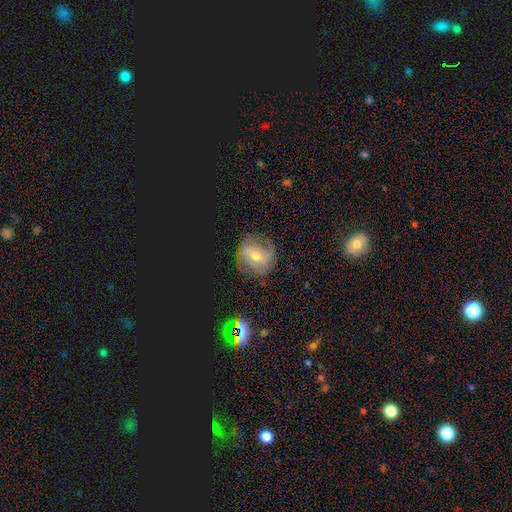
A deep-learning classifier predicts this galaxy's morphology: This appears to be a featured or disk galaxy (55%) with a weak bar (45%), spiral arms (71%) and a moderate central bulge (61%). Merging: none (71%).